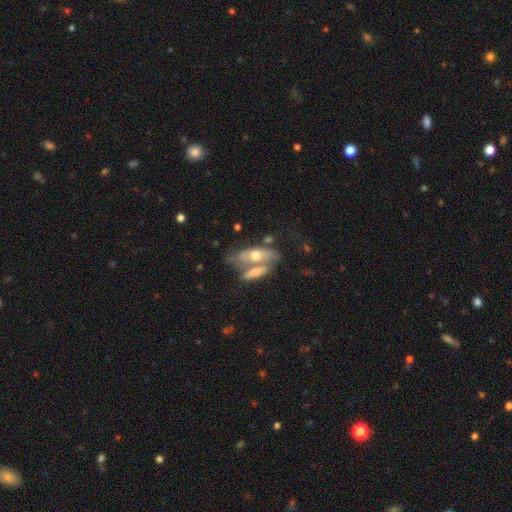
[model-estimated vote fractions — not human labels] Smooth or featured?
  - featured or disk: 48% *
  - smooth: 45%
  - star or artifact: 7%
Merging?
  - merger: 47% *
  - none: 30%
  - minor disturbance: 14%
  - major disturbance: 9%